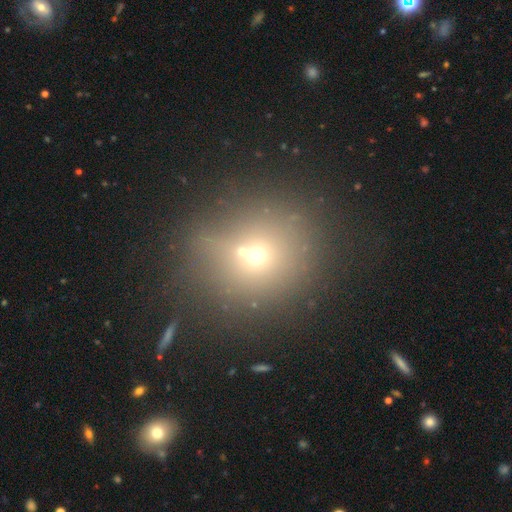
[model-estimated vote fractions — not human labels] Morphology: type=smooth (58%); roundness=round (88%); merging=none (60%).